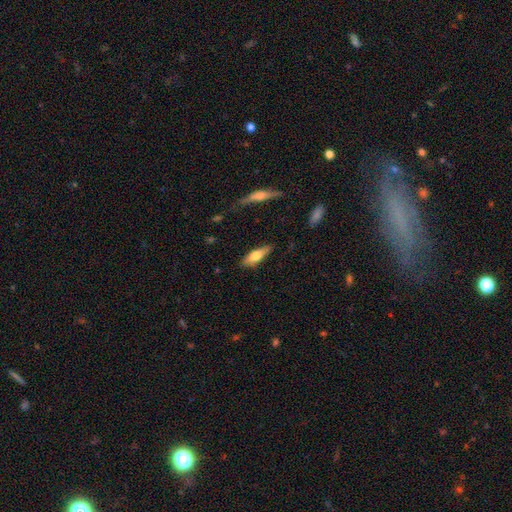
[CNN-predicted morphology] A smooth galaxy with no disk features (62%) that is in between round and cigar-shaped (52%).

Vote fractions:
- Smooth or featured? smooth: 62% / featured or disk: 32% / star or artifact: 6%
- How rounded? in between: 52% / cigar-shaped: 45% / round: 2%
- Merging? none: 83% / minor disturbance: 13% / major disturbance: 3% / merger: 2%